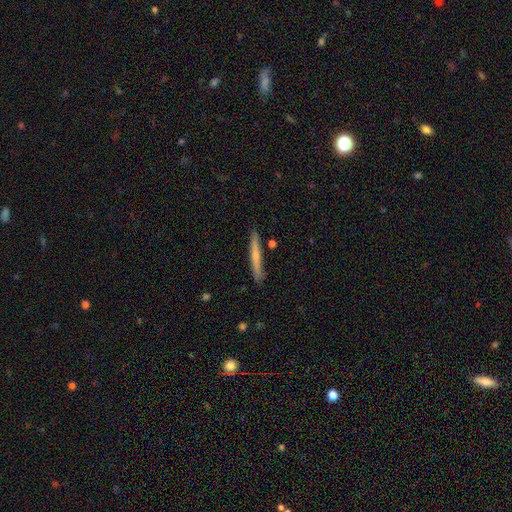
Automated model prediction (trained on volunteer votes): A smooth galaxy with no disk features (54%) that is cigar-shaped (96%). Merging: none (87%).